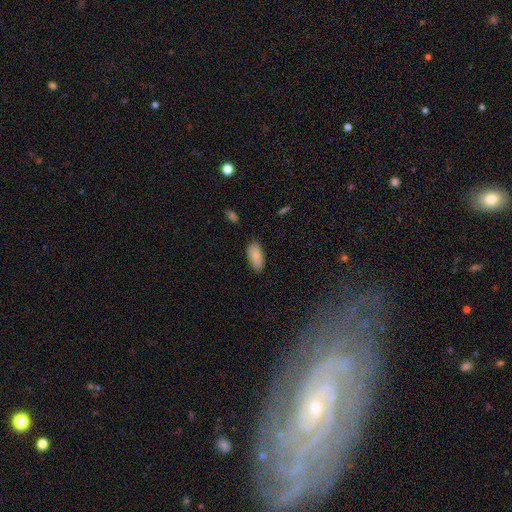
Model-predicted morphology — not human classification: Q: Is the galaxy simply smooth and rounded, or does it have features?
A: smooth — 85%.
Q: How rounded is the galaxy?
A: in between — 90%.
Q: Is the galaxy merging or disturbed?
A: none — 83%.